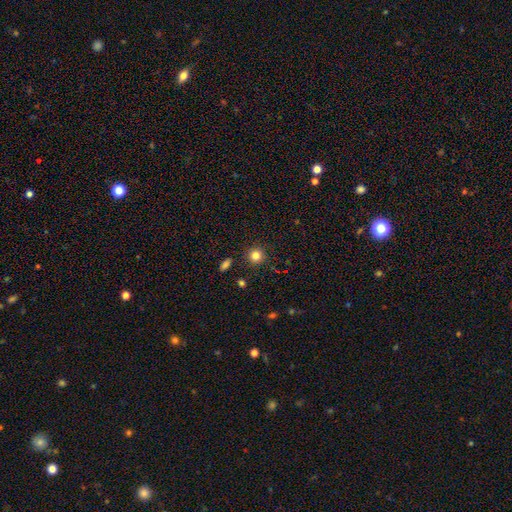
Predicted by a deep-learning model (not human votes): Q: Smooth or featured?
A: smooth (83%); runner-up: star or artifact (12%)
Q: How rounded?
A: round (93%); runner-up: in between (6%)
Q: Merging?
A: none (89%); runner-up: minor disturbance (7%)